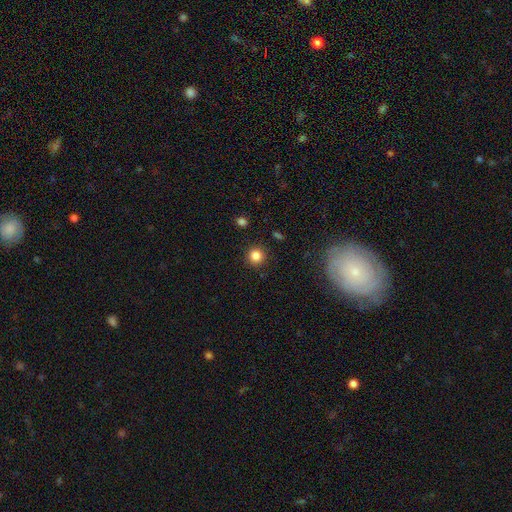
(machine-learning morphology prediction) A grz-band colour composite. It shows a smooth galaxy with no disk features (84%) that is round (94%). Merging: none (91%).